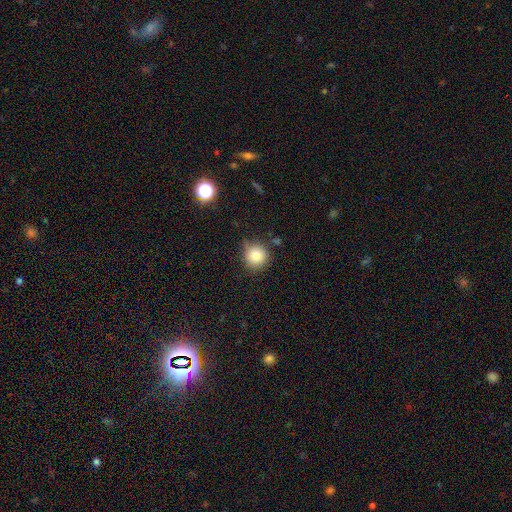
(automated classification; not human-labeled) smooth 83%, star or artifact 10%, featured or disk 6%. Down the decision tree: how rounded — round (93%); merging — none (77%).